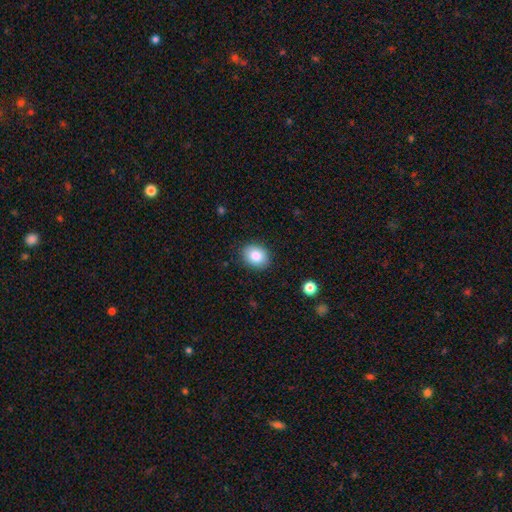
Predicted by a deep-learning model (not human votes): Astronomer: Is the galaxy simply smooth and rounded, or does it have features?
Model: smooth — 85%.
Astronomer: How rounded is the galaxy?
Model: in between — 53% (runner-up: round, 46%).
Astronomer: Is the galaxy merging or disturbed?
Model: none — 86%.